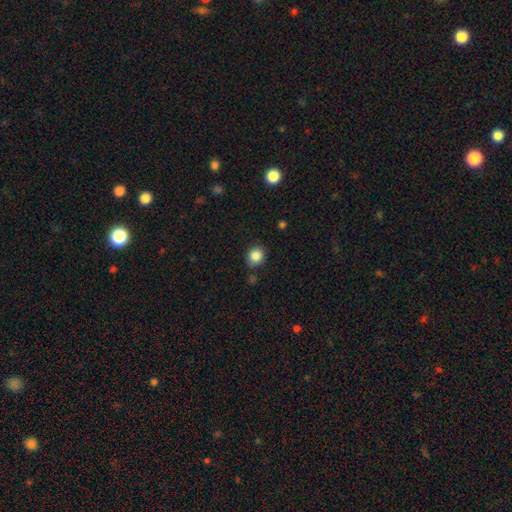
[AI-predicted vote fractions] A smooth galaxy with no disk features (86%) that is round (72%). Merging: none (83%).